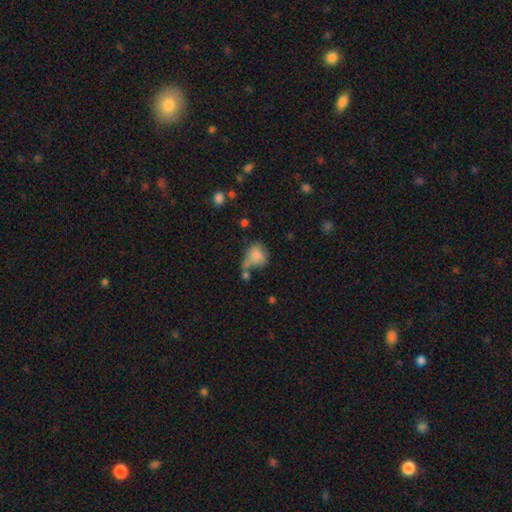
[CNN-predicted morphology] The model was most divided on "merging": none: 31%, minor disturbance: 25%, merger: 24%, major disturbance: 20%. More confident: smooth or featured — smooth (78%); how rounded — round (53%).